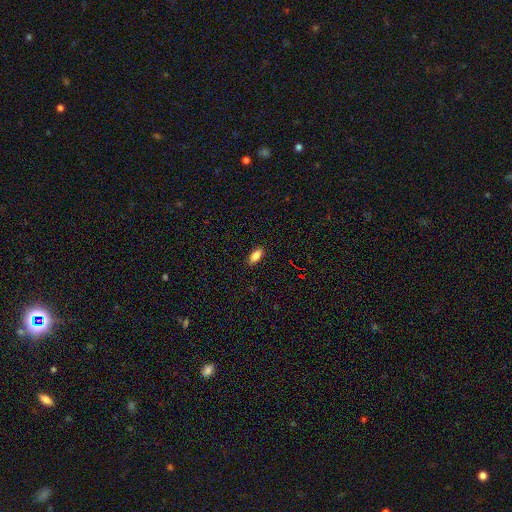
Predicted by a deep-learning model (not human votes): smooth_or_featured: smooth (p=0.83) [alt: star or artifact p=0.09]
how_rounded: in between (p=0.85) [alt: cigar-shaped p=0.12]
merging: none (p=0.88) [alt: minor disturbance p=0.09]